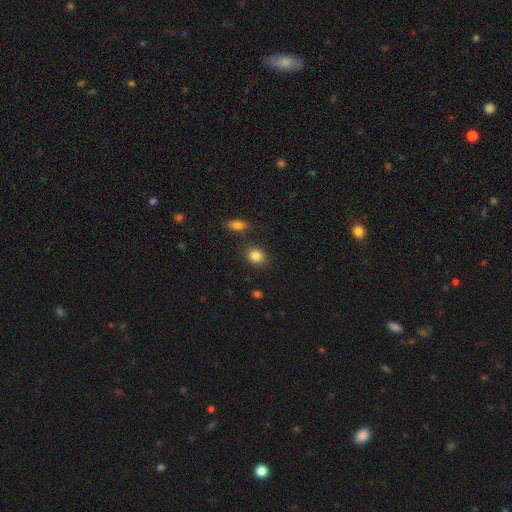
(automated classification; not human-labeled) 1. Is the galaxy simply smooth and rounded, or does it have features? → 85% smooth, 9% star or artifact, 6% featured or disk.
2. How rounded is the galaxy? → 59% round, 40% in between, 1% cigar-shaped.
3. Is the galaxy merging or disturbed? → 81% none, 10% minor disturbance, 6% merger, 3% major disturbance.